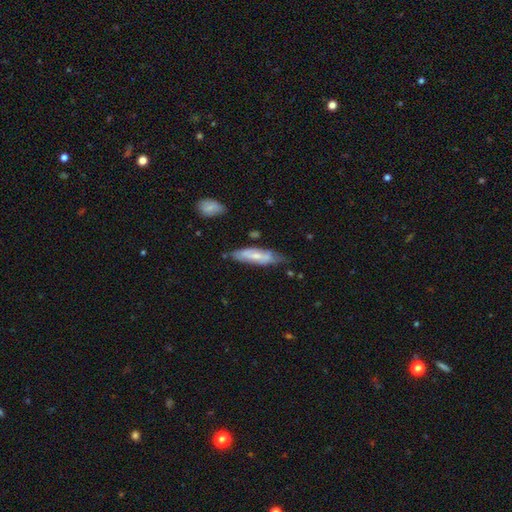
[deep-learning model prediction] A featured or disk galaxy (49%). Merging: none (61%).